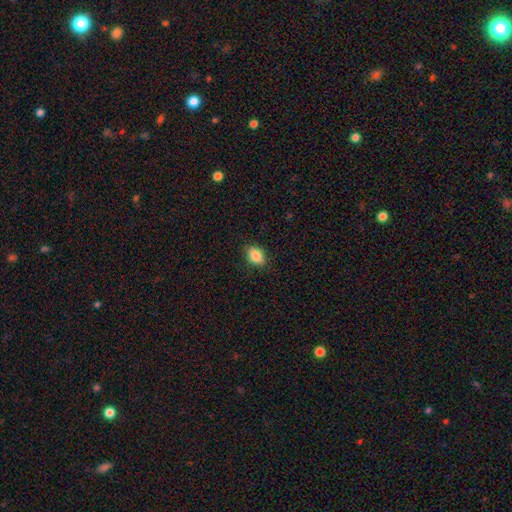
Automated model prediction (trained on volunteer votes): This appears to be a smooth galaxy with no disk features (86%) that is in between round and cigar-shaped (78%). Merging: none (87%).